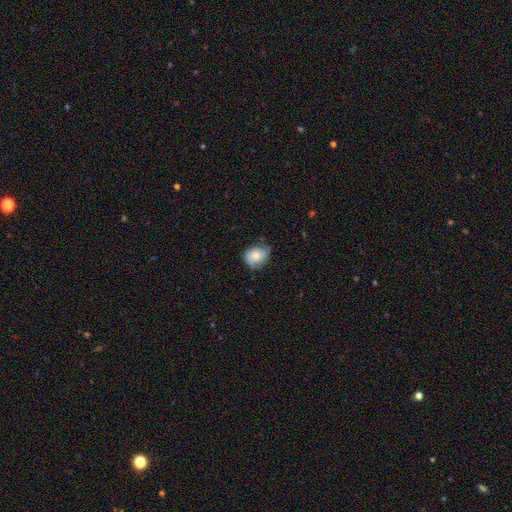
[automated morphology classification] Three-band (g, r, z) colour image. It shows a smooth galaxy with no disk features (67%) that is round (61%). Merging: none (53%).